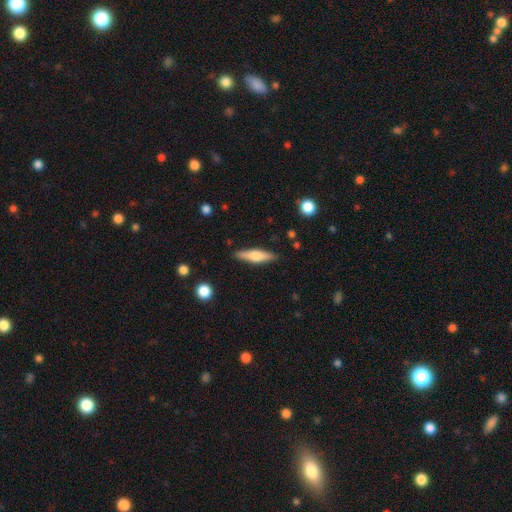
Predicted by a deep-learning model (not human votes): A smooth galaxy with no disk features (50%) that is cigar-shaped (71%).

Vote fractions:
- Smooth or featured? smooth: 50% / featured or disk: 44% / star or artifact: 6%
- How rounded? cigar-shaped: 71% / in between: 27% / round: 2%
- Merging? none: 87% / minor disturbance: 9% / major disturbance: 2% / merger: 1%